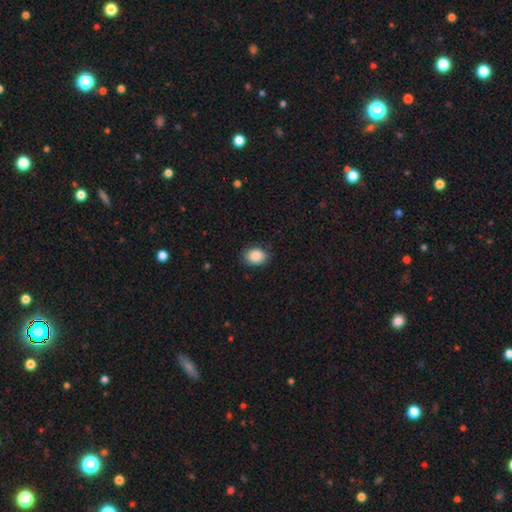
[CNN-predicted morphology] This appears to be a smooth galaxy with no disk features (86%) that is in between round and cigar-shaped (63%). Merging: none (80%).